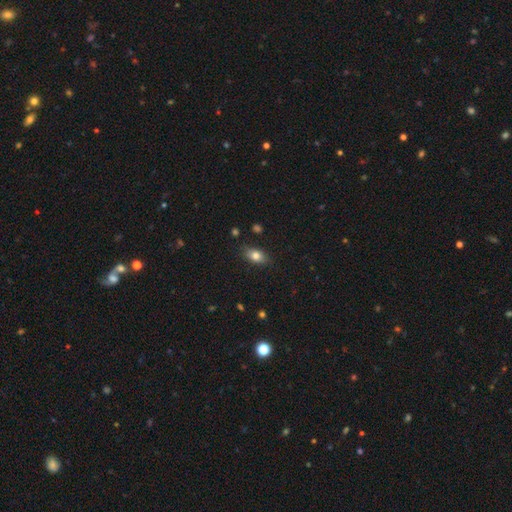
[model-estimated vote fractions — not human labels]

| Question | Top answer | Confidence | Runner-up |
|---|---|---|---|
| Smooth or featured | smooth | 79% | featured or disk (12%) |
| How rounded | in between | 83% | round (12%) |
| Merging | none | 83% | minor disturbance (13%) |